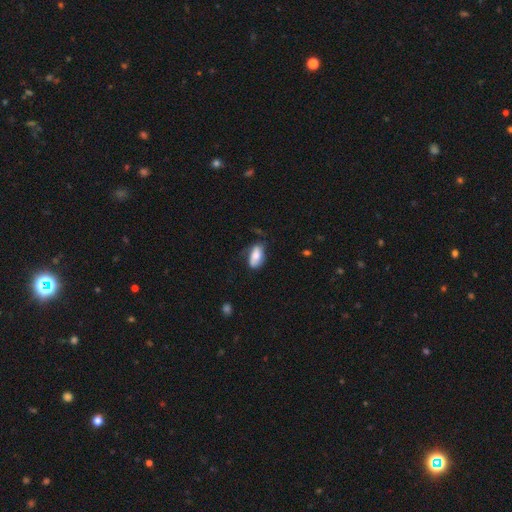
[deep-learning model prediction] Smooth or featured?
  - smooth: 73% *
  - featured or disk: 21%
  - star or artifact: 7%
How rounded?
  - in between: 91% *
  - cigar-shaped: 5%
  - round: 4%
Merging?
  - none: 57% *
  - minor disturbance: 30%
  - major disturbance: 11%
  - merger: 2%